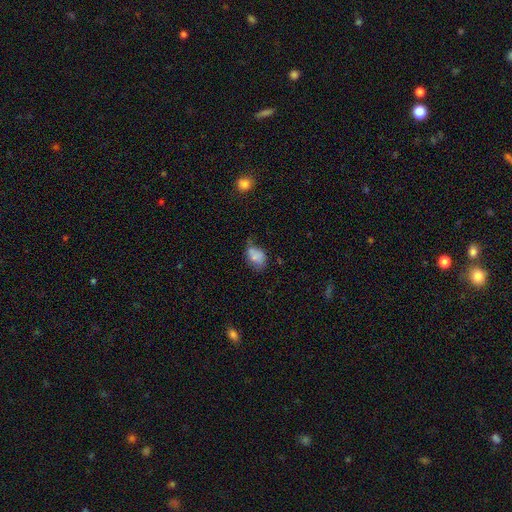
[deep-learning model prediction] A smooth galaxy with no disk features (73%) that is in between round and cigar-shaped (81%).

Vote fractions:
- Smooth or featured? smooth: 73% / featured or disk: 17% / star or artifact: 10%
- How rounded? in between: 81% / round: 18% / cigar-shaped: 1%
- Merging? none: 36% / minor disturbance: 35% / major disturbance: 16% / merger: 14%